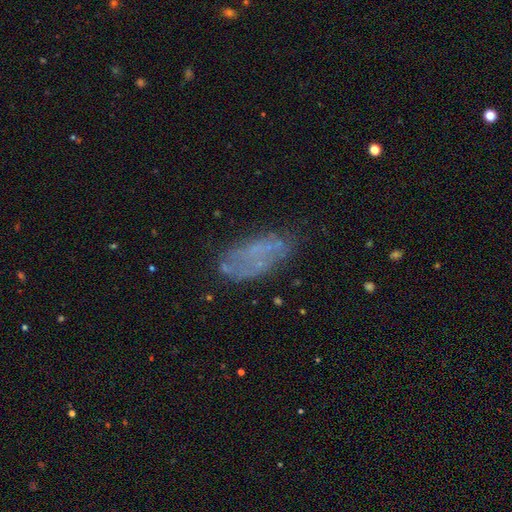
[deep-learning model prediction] The model was most divided on "smooth or featured": smooth: 44%, featured or disk: 41%, star or artifact: 15%. More confident: merging — none (62%).